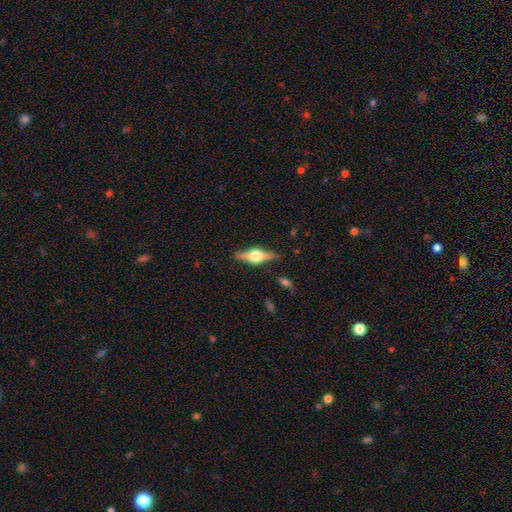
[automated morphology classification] featured or disk 71%, smooth 23%, star or artifact 7%. Down the decision tree: edge-on disk — yes (96%); edge-on bulge — rounded (94%); merging — none (86%).